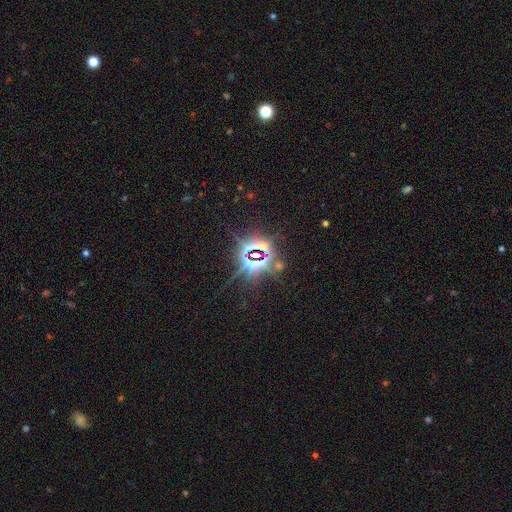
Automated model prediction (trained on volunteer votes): Smooth or featured? star or artifact (85%)